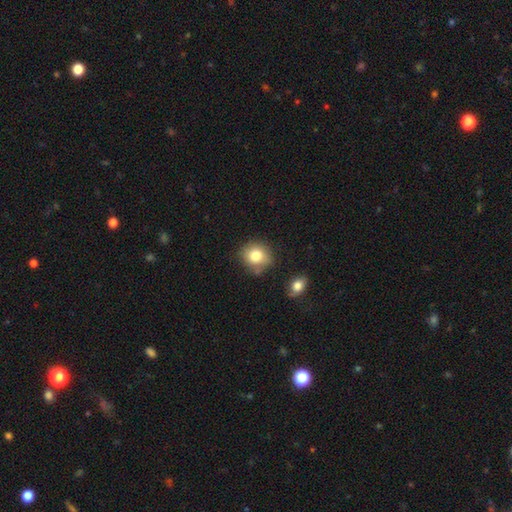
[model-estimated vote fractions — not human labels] Morphology: type=smooth (81%); roundness=round (77%); merging=none (73%).